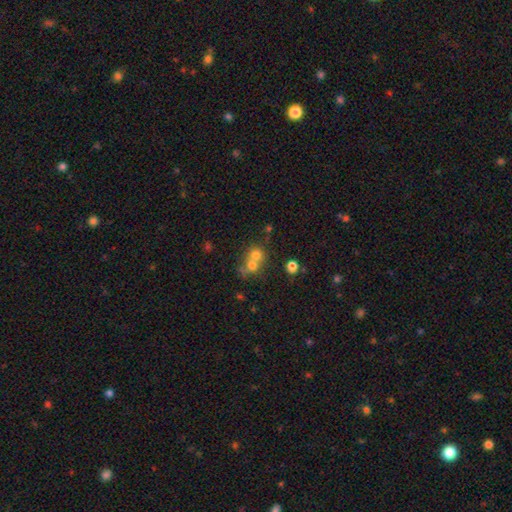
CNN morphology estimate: The model was most divided on "merging": merger: 59%, none: 32%, minor disturbance: 6%, major disturbance: 3%. More confident: how rounded — round (81%); smooth or featured — smooth (69%).